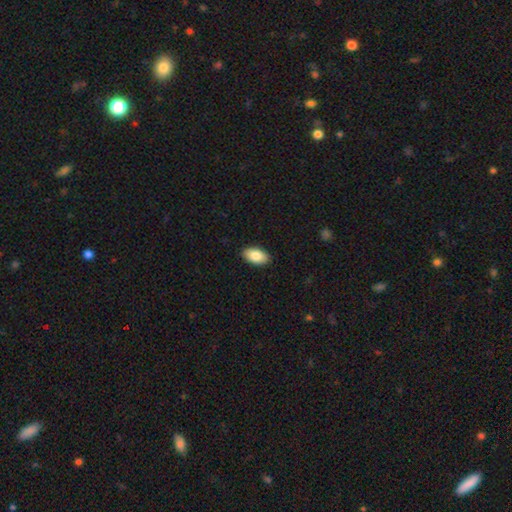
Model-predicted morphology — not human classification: Q: Smooth or featured?
A: smooth (87%); runner-up: featured or disk (7%)
Q: How rounded?
A: in between (95%); runner-up: round (3%)
Q: Merging?
A: none (89%); runner-up: minor disturbance (8%)